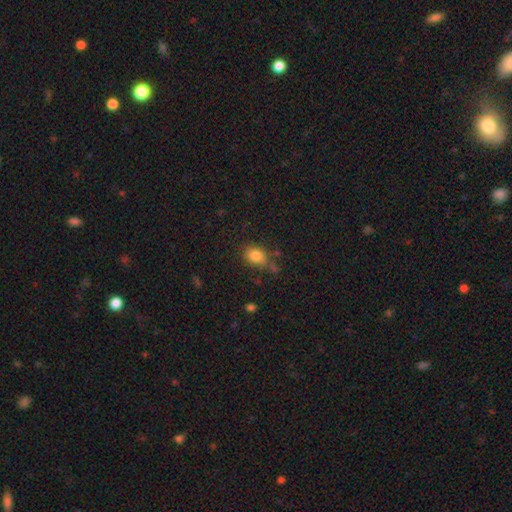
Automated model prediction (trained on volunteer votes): smooth-or-featured: smooth: 83% | star or artifact: 11% | featured or disk: 7%
  how-rounded: in between: 56% | round: 43% | cigar-shaped: 1%
  merging: none: 64% | minor disturbance: 21% | merger: 8% | major disturbance: 7%